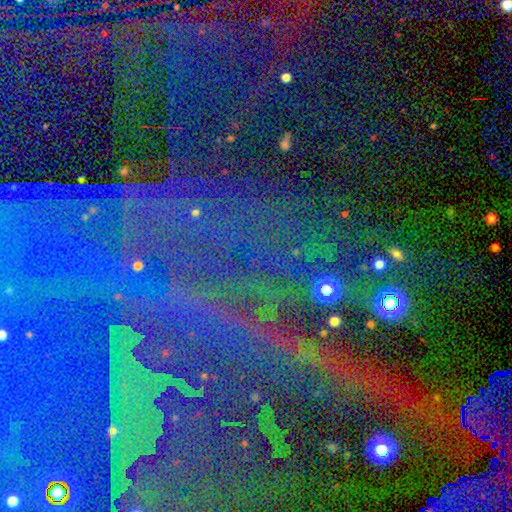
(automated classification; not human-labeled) The model was most divided on "smooth or featured": star or artifact: 86%, featured or disk: 8%, smooth: 6%.